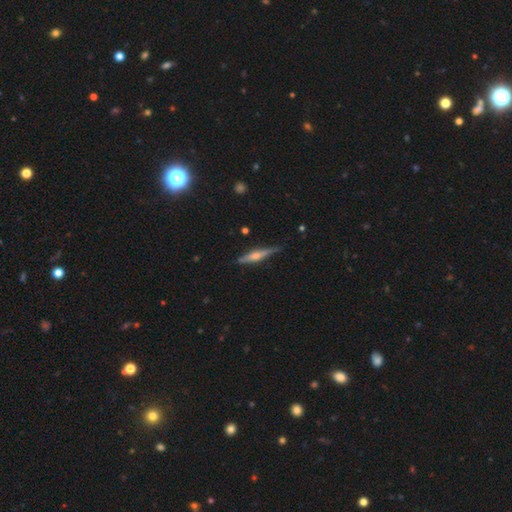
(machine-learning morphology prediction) Smooth or featured?
  - featured or disk: 60% *
  - smooth: 34%
  - star or artifact: 6%
Edge-on disk?
  - yes: 96% *
  - no: 4%
Edge-on bulge?
  - rounded: 75% *
  - boxy: 15%
  - none: 10%
Merging?
  - none: 80% *
  - minor disturbance: 16%
  - major disturbance: 3%
  - merger: 2%